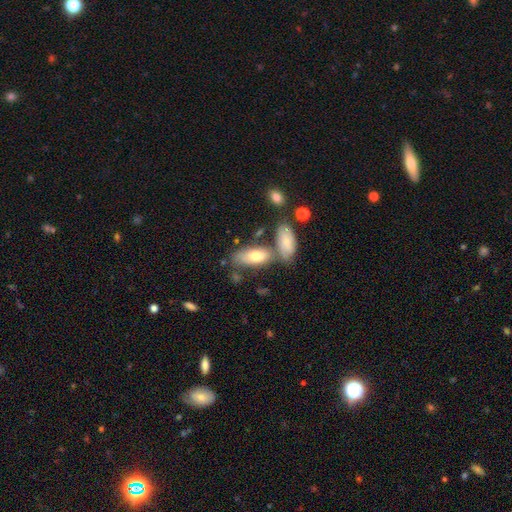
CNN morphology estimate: Smooth or featured?
  - smooth: 72% *
  - featured or disk: 22%
  - star or artifact: 6%
How rounded?
  - in between: 82% *
  - cigar-shaped: 16%
  - round: 2%
Merging?
  - none: 51% *
  - merger: 26%
  - minor disturbance: 18%
  - major disturbance: 6%